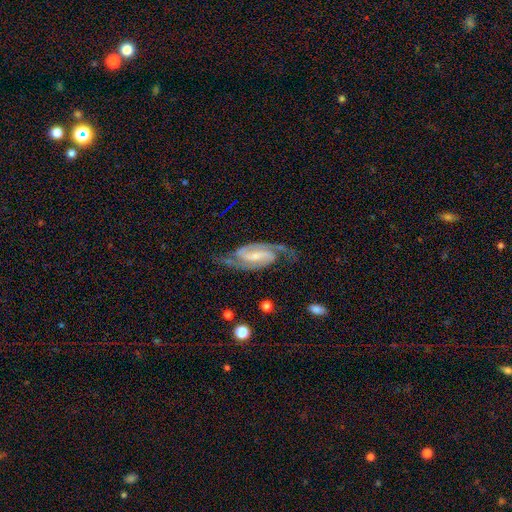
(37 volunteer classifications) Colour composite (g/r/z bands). It shows a featured or disk galaxy (97%) with a weak bar (46%), 2 (100%) medium (82%) spiral arms (97%) and a small central bulge (63%). Merging: none (78%).